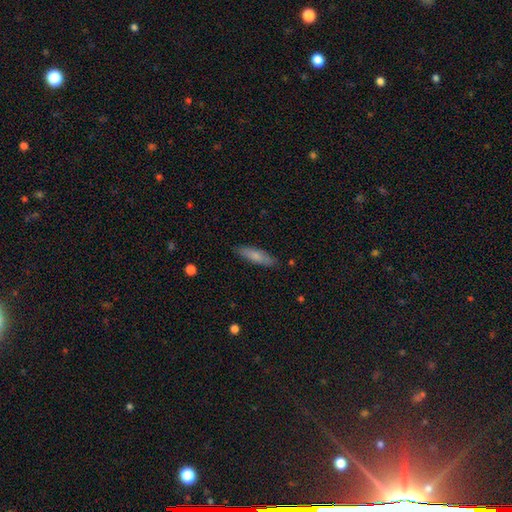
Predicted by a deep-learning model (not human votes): Q: Smooth or featured?
A: smooth (76%); runner-up: featured or disk (18%)
Q: How rounded?
A: cigar-shaped (65%); runner-up: in between (34%)
Q: Merging?
A: none (85%); runner-up: minor disturbance (11%)